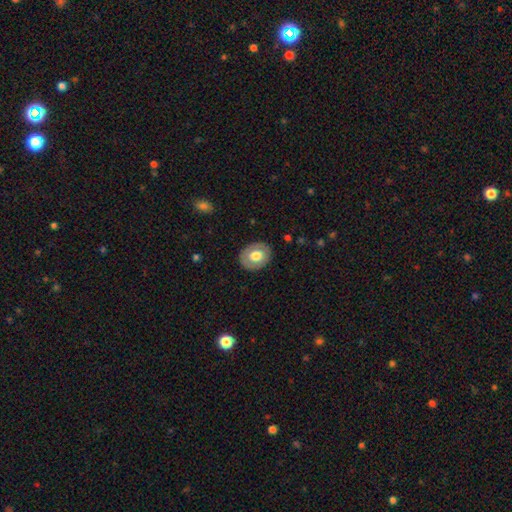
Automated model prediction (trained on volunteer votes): smooth_or_featured: smooth (p=0.64) [alt: featured or disk p=0.30]
how_rounded: in between (p=0.53) [alt: round p=0.47]
merging: none (p=0.85) [alt: minor disturbance p=0.11]